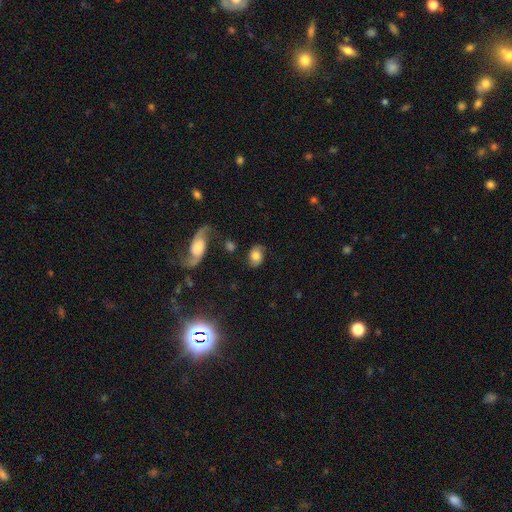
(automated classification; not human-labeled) Smooth or featured? Predicted: smooth (p=0.54). How rounded? Predicted: in between (p=0.64). Merging? Predicted: none (p=0.69).